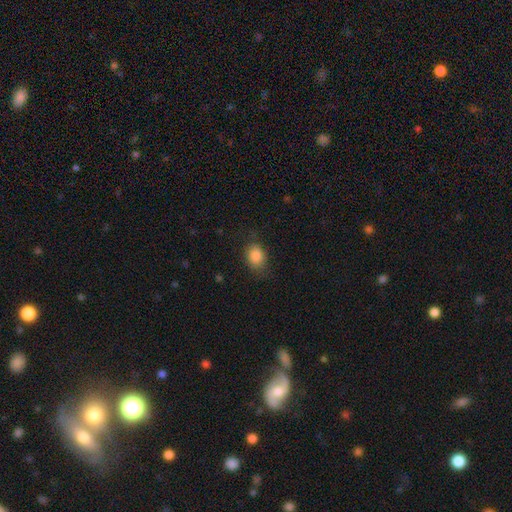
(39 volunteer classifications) Smooth or featured? 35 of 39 (90%) said smooth. How rounded? 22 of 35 (63%) said in between. Merging? 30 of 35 (86%) said none.